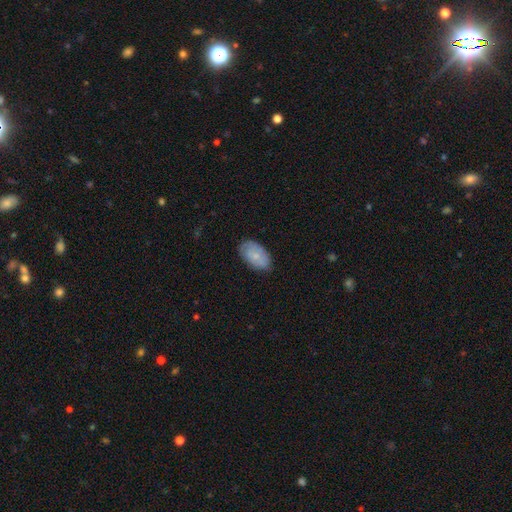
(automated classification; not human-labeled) A smooth galaxy with no disk features (68%) that is in between round and cigar-shaped (93%).

Vote fractions:
- Smooth or featured? smooth: 68% / featured or disk: 26% / star or artifact: 6%
- How rounded? in between: 93% / round: 6% / cigar-shaped: 1%
- Merging? none: 75% / minor disturbance: 20% / major disturbance: 4% / merger: 1%